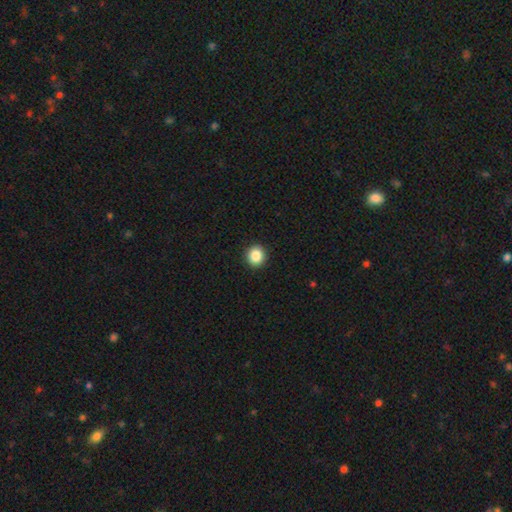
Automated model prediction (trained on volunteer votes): This appears to be a smooth galaxy with no disk features (87%) that is round (89%). Merging: none (93%).